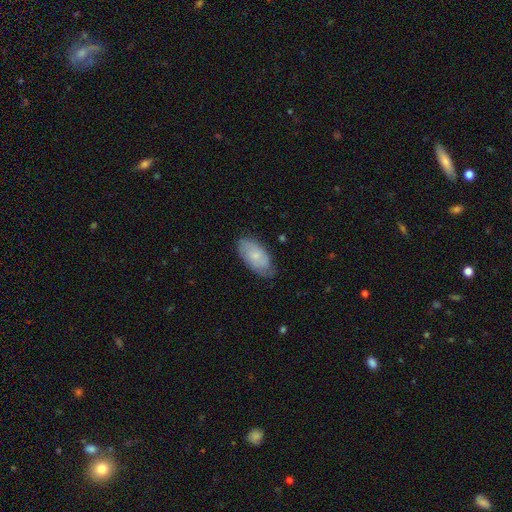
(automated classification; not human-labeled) The model was most divided on "smooth or featured": smooth: 62%, featured or disk: 32%, star or artifact: 6%. More confident: how rounded — in between (93%); merging — none (70%).